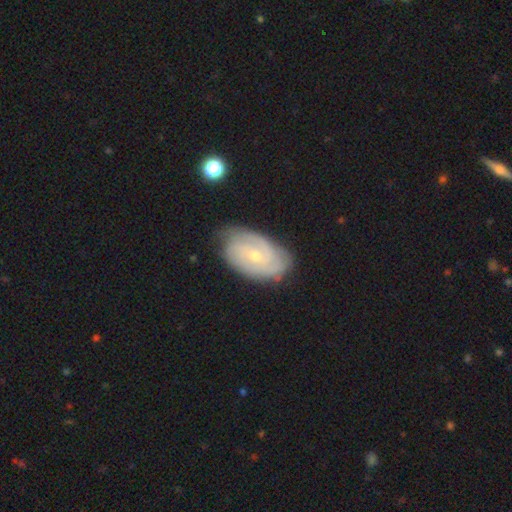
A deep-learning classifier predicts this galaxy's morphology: A featured or disk galaxy (81%) with no bar (61%), tight (69%) spiral arms (95%) and a small central bulge (64%).

Vote fractions:
- Smooth or featured? featured or disk: 81% / smooth: 13% / star or artifact: 6%
- Edge-on disk? no: 96% / yes: 4%
- Bar? no: 61% / weak: 33% / strong: 6%
- Spiral arms? yes: 95% / no: 5%
- Spiral winding? tight: 69% / medium: 25% / loose: 6%
- Spiral arm count? can't tell: 32% / 2: 29% / 3: 22% / 4: 8% / 1: 5% / more than 4: 4%
- Bulge size? small: 64% / moderate: 33% / none: 1% / large: 1% / dominant: 1%
- Merging? none: 73% / minor disturbance: 21% / major disturbance: 5% / merger: 1%